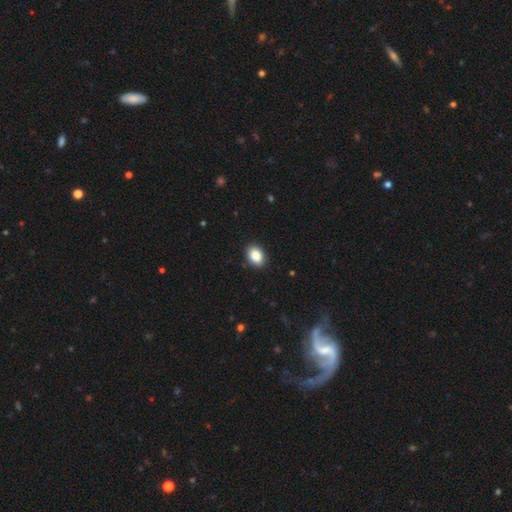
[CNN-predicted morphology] smooth-or-featured: smooth: 88% | star or artifact: 8% | featured or disk: 4%
  how-rounded: in between: 74% | round: 25% | cigar-shaped: 1%
  merging: none: 90% | minor disturbance: 7% | major disturbance: 2% | merger: 1%